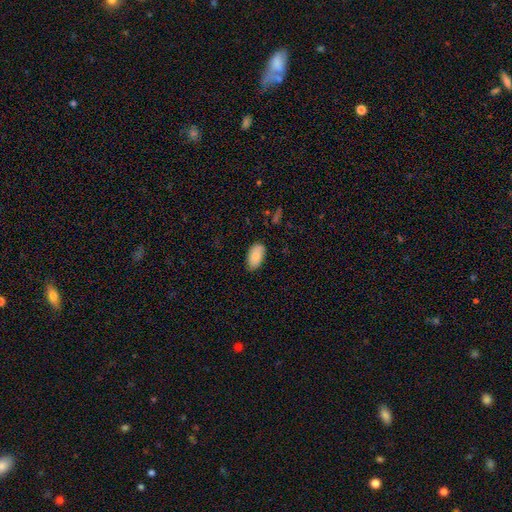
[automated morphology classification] type=smooth (83%); roundness=in between (95%); merging=none (80%).